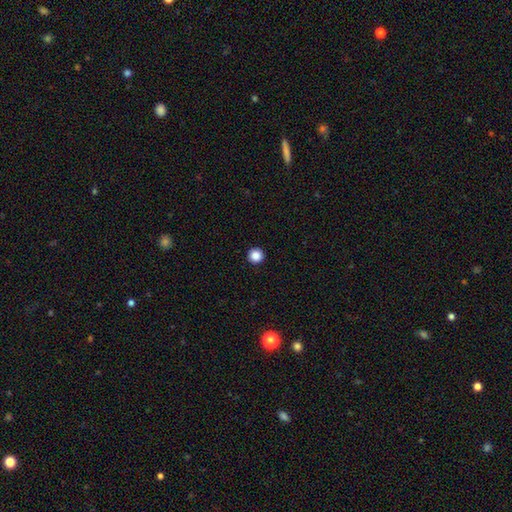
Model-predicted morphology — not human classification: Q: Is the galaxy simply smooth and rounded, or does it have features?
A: smooth — 86%.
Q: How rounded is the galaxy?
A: round — 96%.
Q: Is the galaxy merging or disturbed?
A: none — 94%.